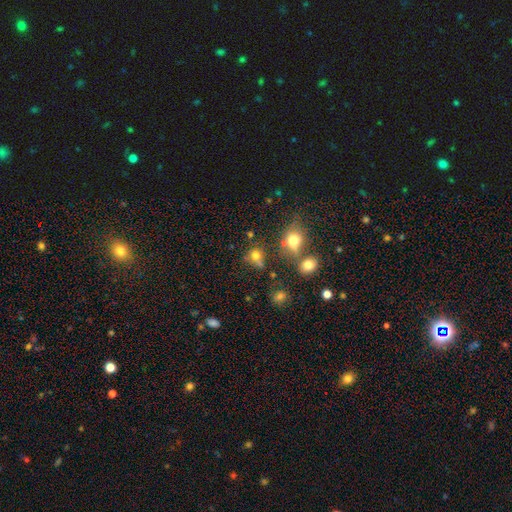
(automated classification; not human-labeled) Morphology: type=smooth (70%); roundness=round (79%); merging=none (55%).